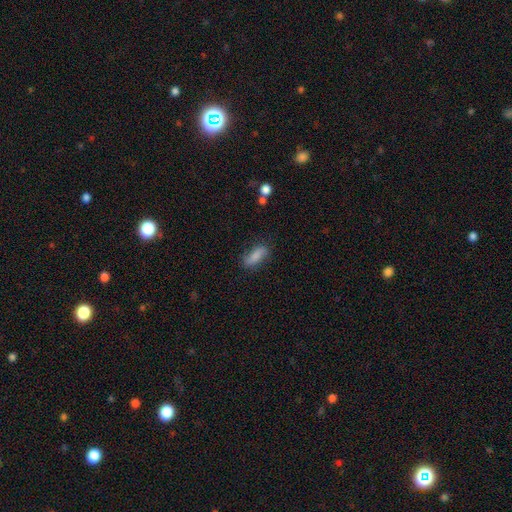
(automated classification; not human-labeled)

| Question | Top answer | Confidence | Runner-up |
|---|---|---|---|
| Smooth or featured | smooth | 78% | featured or disk (14%) |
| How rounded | in between | 70% | cigar-shaped (27%) |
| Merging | none | 74% | minor disturbance (19%) |